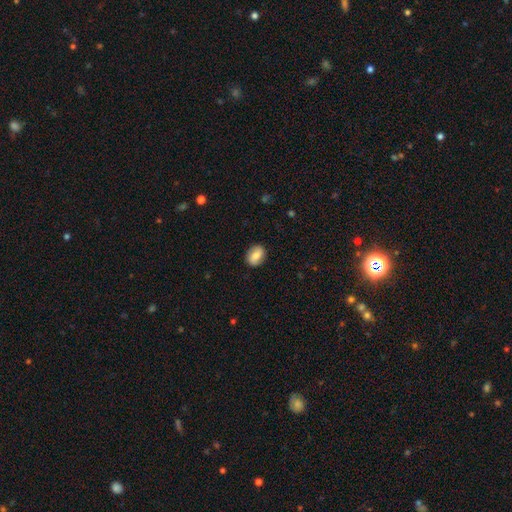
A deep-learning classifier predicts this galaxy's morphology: This is likely a smooth galaxy (75%). How rounded: likely in between (75%). Merging: clearly none (87%).